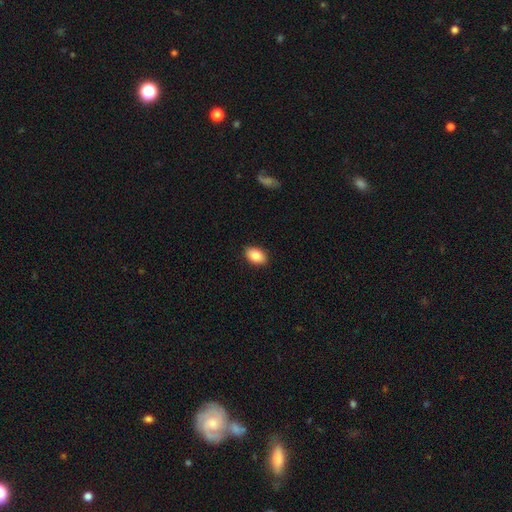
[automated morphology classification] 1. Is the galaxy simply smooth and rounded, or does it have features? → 86% smooth, 7% star or artifact, 7% featured or disk.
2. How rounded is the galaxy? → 87% in between, 12% round, 1% cigar-shaped.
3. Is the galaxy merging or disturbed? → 90% none, 8% minor disturbance, 2% major disturbance, 1% merger.